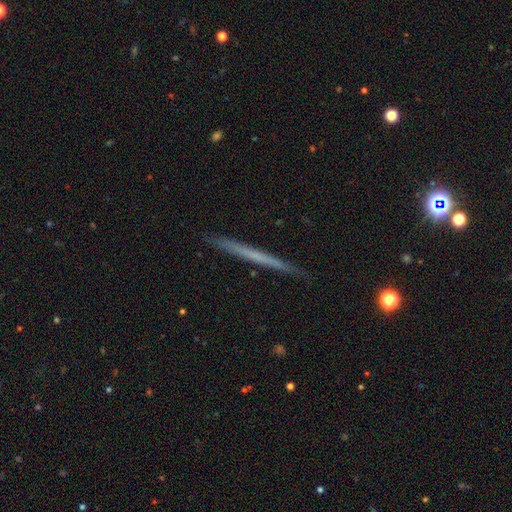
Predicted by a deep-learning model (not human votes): This appears to be a featured or disk galaxy (51%) viewed edge-on (97%). Merging: none (91%).